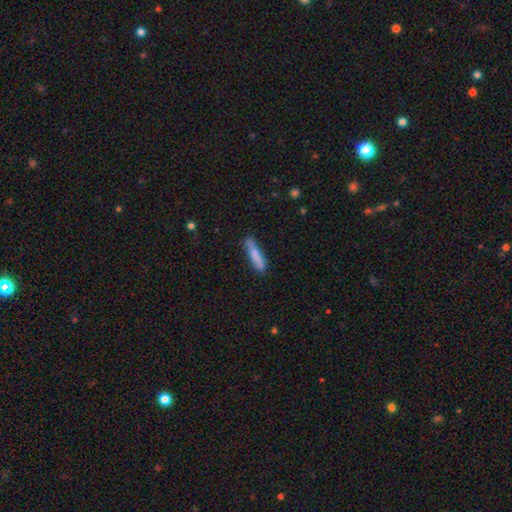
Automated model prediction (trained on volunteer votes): Q: Smooth or featured?
A: smooth (78%); runner-up: featured or disk (16%)
Q: How rounded?
A: cigar-shaped (88%); runner-up: in between (11%)
Q: Merging?
A: none (79%); runner-up: minor disturbance (16%)